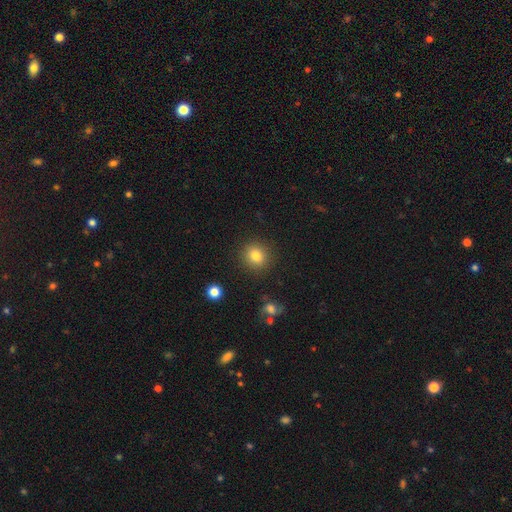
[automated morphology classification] A smooth galaxy with no disk features (81%) that is round (86%).

Vote fractions:
- Smooth or featured? smooth: 81% / star or artifact: 11% / featured or disk: 7%
- How rounded? round: 86% / in between: 13% / cigar-shaped: 1%
- Merging? none: 89% / minor disturbance: 6% / major disturbance: 3% / merger: 2%